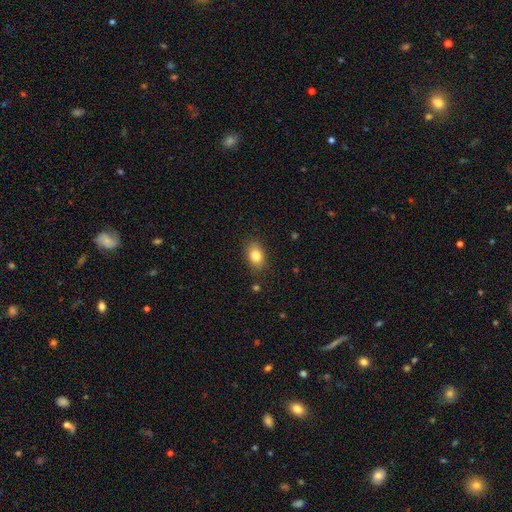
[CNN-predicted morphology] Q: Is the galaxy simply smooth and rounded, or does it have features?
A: smooth — 82%.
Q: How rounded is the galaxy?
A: in between — 82%.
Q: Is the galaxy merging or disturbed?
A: none — 85%.